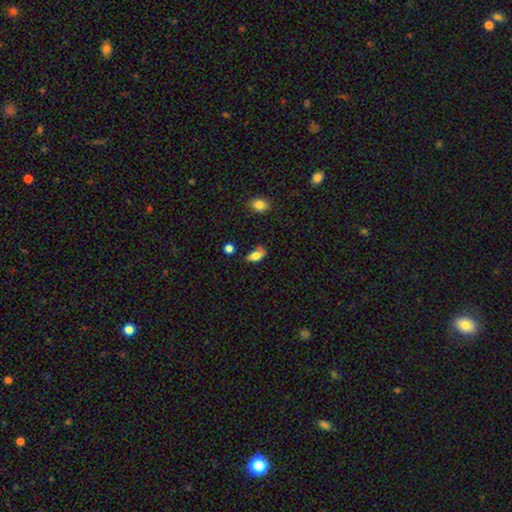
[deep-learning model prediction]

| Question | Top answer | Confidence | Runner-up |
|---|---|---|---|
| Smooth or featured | smooth | 77% | featured or disk (14%) |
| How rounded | in between | 86% | cigar-shaped (8%) |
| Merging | none | 51% | minor disturbance (31%) |